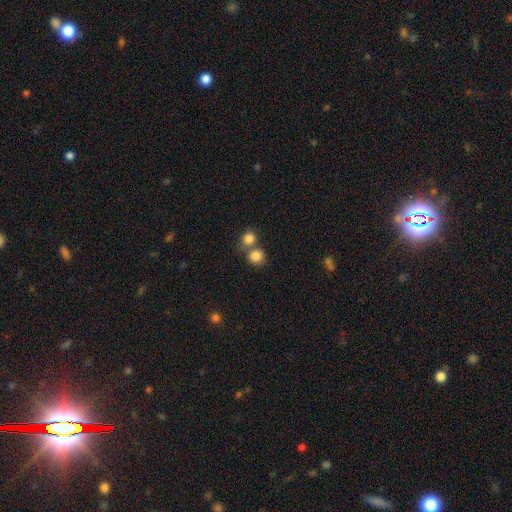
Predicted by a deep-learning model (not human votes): The model was most divided on "merging": none: 51%, merger: 38%, minor disturbance: 8%, major disturbance: 3%. More confident: how rounded — round (85%); smooth or featured — smooth (84%).